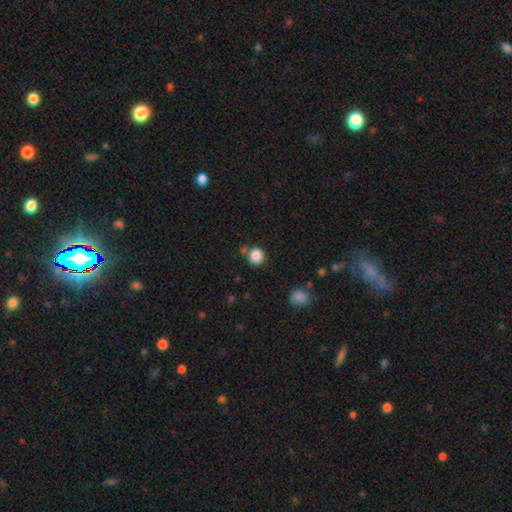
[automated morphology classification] Overall: smooth (87%). How rounded: round (89%). Merging: none (79%).